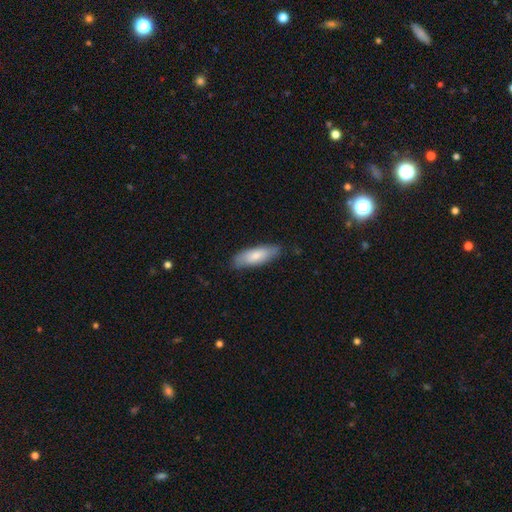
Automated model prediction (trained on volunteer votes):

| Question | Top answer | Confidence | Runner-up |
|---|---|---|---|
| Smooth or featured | smooth | 77% | featured or disk (18%) |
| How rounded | in between | 60% | cigar-shaped (38%) |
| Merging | none | 78% | minor disturbance (18%) |